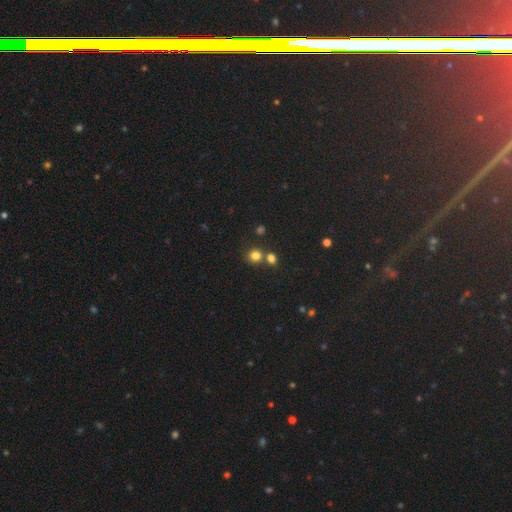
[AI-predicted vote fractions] A smooth galaxy with no disk features (79%) that is round (84%).

Vote fractions:
- Smooth or featured? smooth: 79% / star or artifact: 15% / featured or disk: 6%
- How rounded? round: 84% / in between: 15% / cigar-shaped: 1%
- Merging? none: 63% / merger: 26% / minor disturbance: 8% / major disturbance: 3%